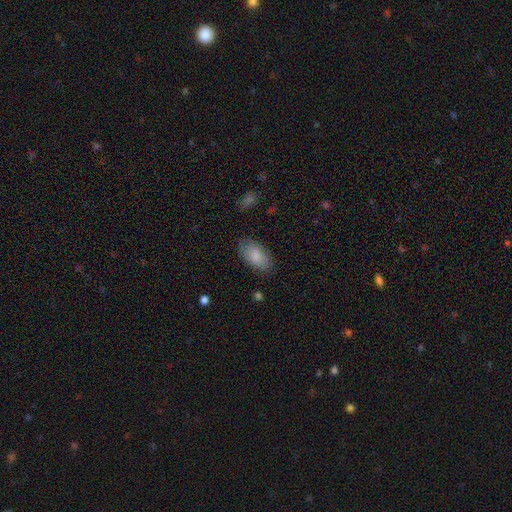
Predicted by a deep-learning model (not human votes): Q: Smooth or featured?
A: smooth (85%); runner-up: featured or disk (9%)
Q: How rounded?
A: in between (94%); runner-up: round (3%)
Q: Merging?
A: none (81%); runner-up: minor disturbance (14%)